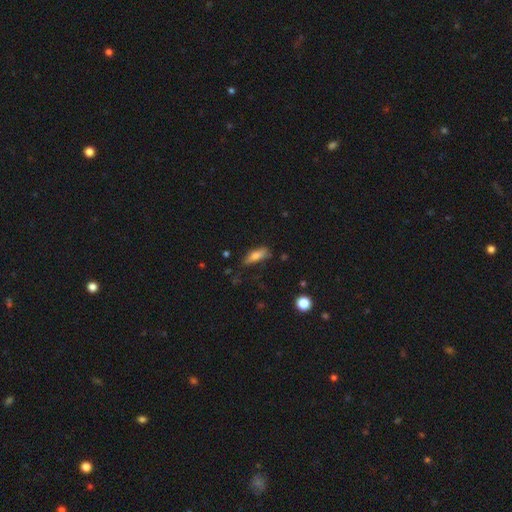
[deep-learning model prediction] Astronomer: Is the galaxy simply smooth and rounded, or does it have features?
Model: smooth — 76%.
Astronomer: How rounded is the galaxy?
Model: in between — 61%.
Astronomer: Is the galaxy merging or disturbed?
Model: none — 68%.